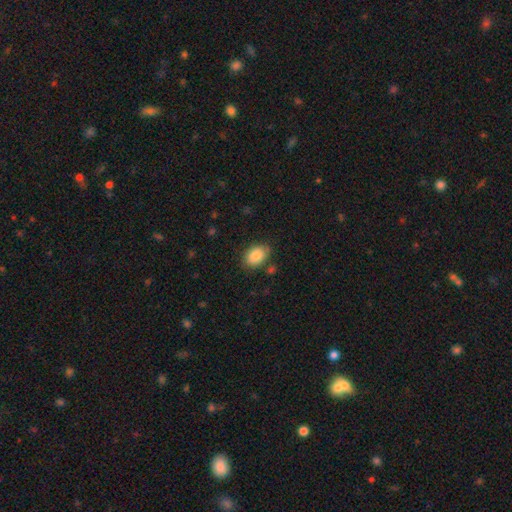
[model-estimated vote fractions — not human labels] This is clearly a smooth galaxy (86%). How rounded: clearly in between (82%). Merging: likely none (79%).